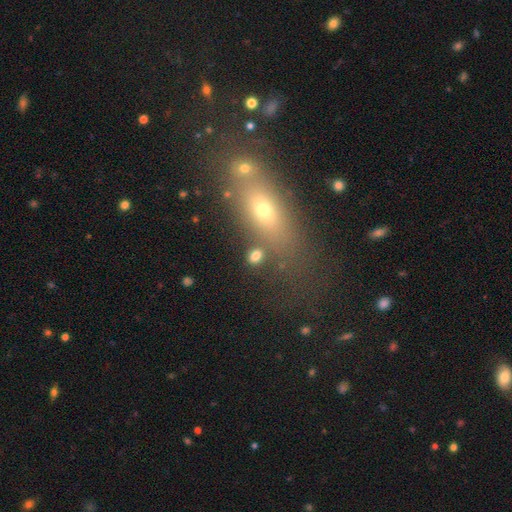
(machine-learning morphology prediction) smooth 78%, star or artifact 13%, featured or disk 9%. Down the decision tree: how rounded — in between (57%); merging — none (76%).